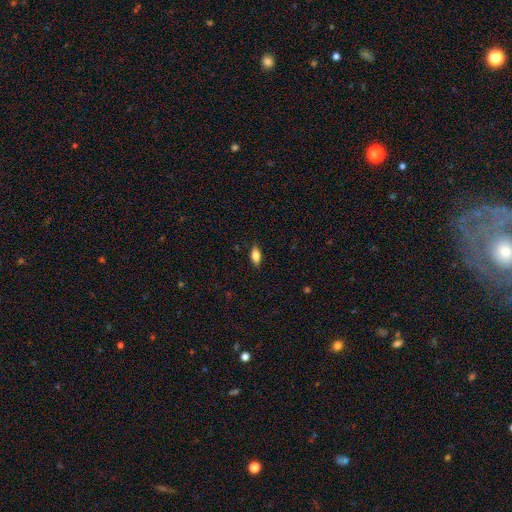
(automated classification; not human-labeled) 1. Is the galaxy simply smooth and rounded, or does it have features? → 74% smooth, 19% featured or disk, 8% star or artifact.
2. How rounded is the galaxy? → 83% in between, 13% cigar-shaped, 4% round.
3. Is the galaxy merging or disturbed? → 86% none, 10% minor disturbance, 2% major disturbance, 1% merger.